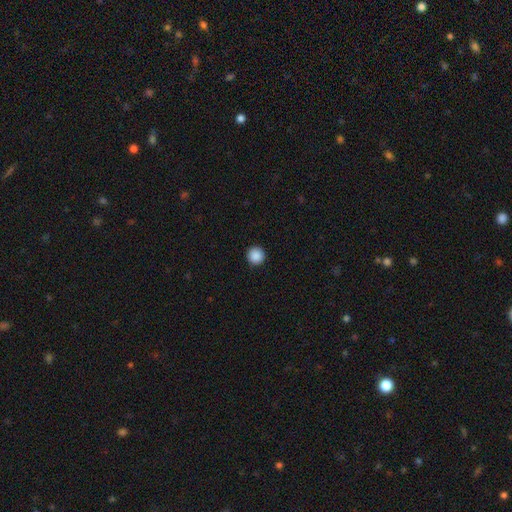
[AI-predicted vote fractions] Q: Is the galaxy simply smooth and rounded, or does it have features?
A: smooth — 89%.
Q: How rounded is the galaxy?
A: round — 96%.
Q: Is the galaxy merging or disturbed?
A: none — 93%.